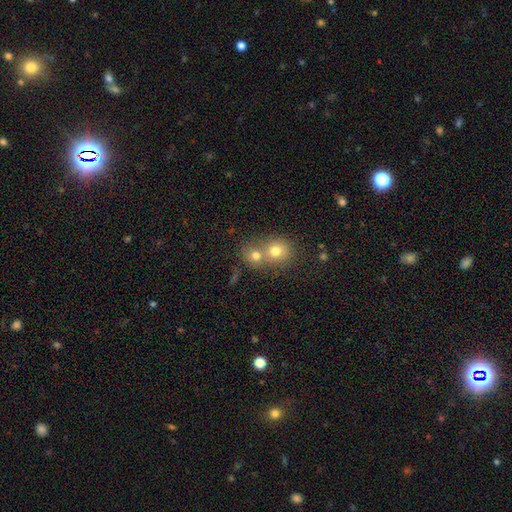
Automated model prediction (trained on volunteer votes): smooth 74%, featured or disk 14%, star or artifact 13%. Down the decision tree: how rounded — round (77%); merging — merger (60%).